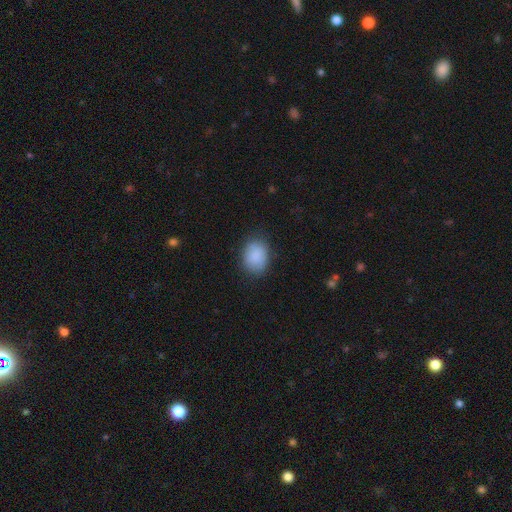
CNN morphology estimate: type=smooth (87%); roundness=in between (62%); merging=none (79%).